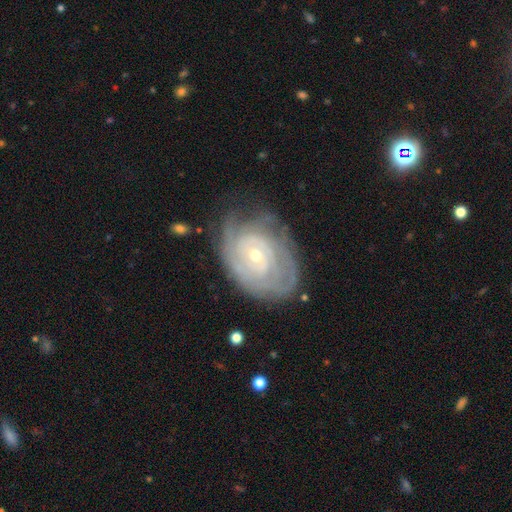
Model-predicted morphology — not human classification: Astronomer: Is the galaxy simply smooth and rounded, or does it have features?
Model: featured or disk — 84%.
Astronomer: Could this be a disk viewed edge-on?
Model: no — 96%.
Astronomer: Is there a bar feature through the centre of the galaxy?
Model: no — 70%.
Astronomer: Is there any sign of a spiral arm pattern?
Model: yes — 92%.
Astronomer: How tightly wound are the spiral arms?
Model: tight — 78%.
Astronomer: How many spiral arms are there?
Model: can't tell — 46%.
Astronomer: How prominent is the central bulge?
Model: small — 65%.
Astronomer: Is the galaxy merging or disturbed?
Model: none — 64%.